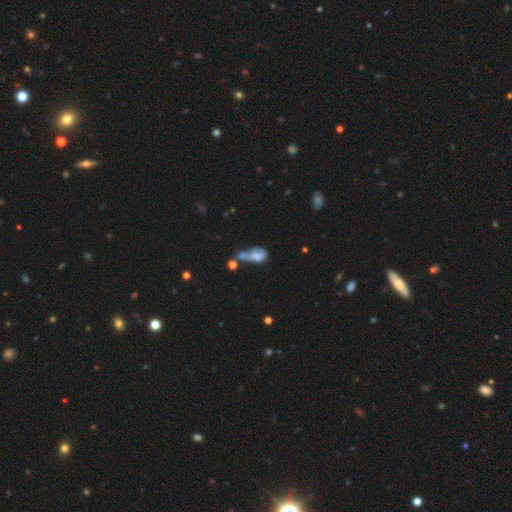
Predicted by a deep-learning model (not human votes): Smooth or featured? smooth (58%)
How rounded? in between (79%)
Merging? merger (43%)